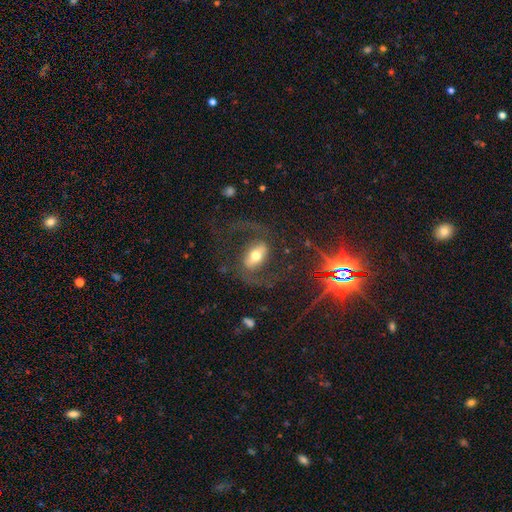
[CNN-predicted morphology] This appears to be a featured or disk galaxy (70%) with a strong bar (50%), 2 (90%) loose (47%) spiral arms (85%) and a moderate central bulge (64%). Merging: none (66%).